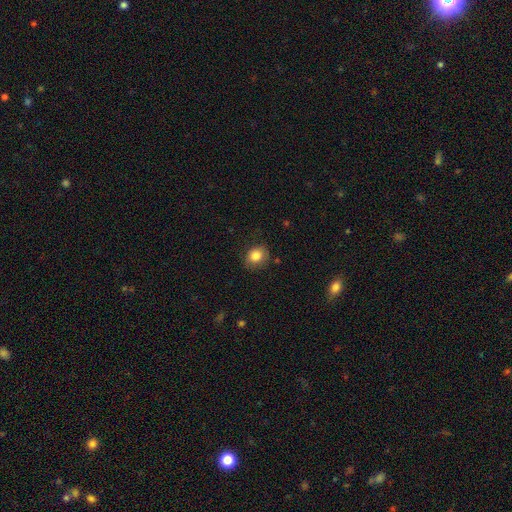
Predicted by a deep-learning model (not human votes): Smooth or featured?
  - smooth: 84% *
  - star or artifact: 10%
  - featured or disk: 7%
How rounded?
  - round: 60% *
  - in between: 39%
  - cigar-shaped: 1%
Merging?
  - none: 80% *
  - minor disturbance: 15%
  - major disturbance: 3%
  - merger: 1%